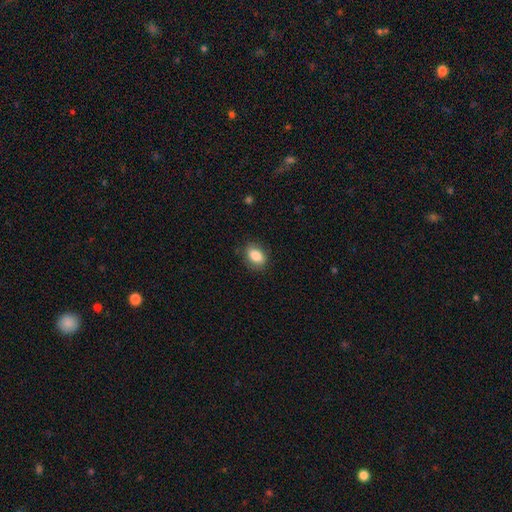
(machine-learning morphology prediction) type=smooth (84%); roundness=in between (79%); merging=none (83%).